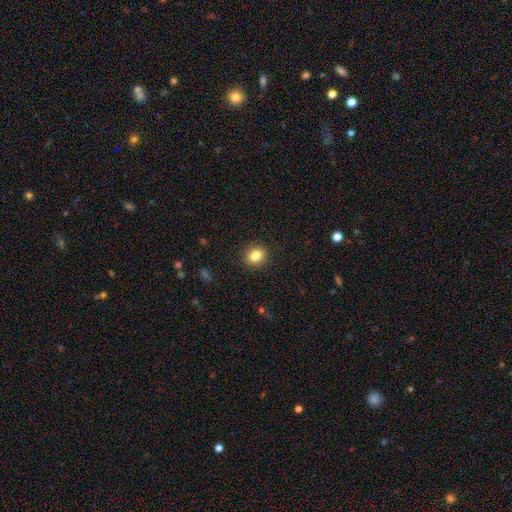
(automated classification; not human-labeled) This appears to be a smooth galaxy with no disk features (83%) that is round (76%). Merging: none (91%).